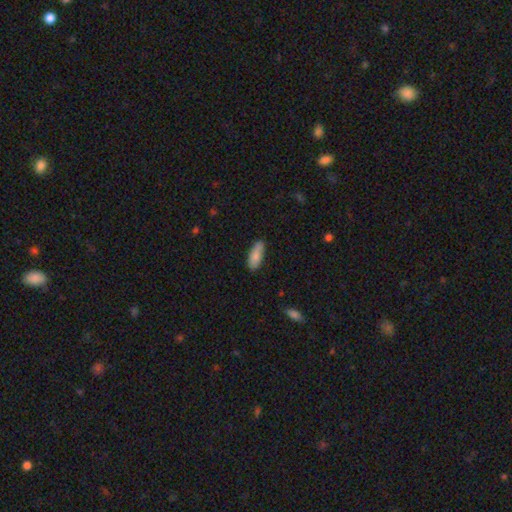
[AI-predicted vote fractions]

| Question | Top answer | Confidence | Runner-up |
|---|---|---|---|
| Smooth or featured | smooth | 84% | featured or disk (10%) |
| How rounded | in between | 72% | cigar-shaped (26%) |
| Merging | none | 78% | minor disturbance (18%) |